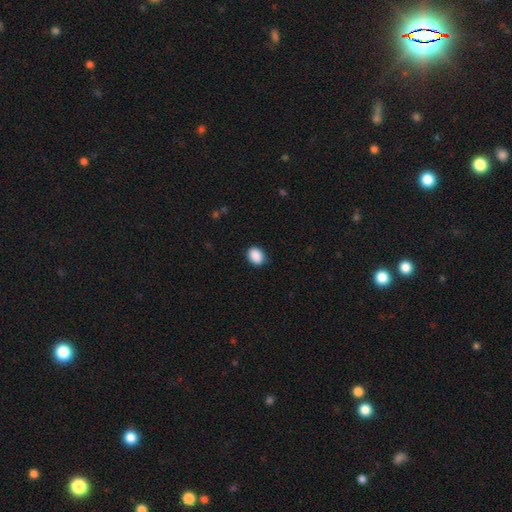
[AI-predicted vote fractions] Q: Smooth or featured?
A: smooth (90%); runner-up: star or artifact (8%)
Q: How rounded?
A: in between (60%); runner-up: round (39%)
Q: Merging?
A: none (84%); runner-up: minor disturbance (13%)